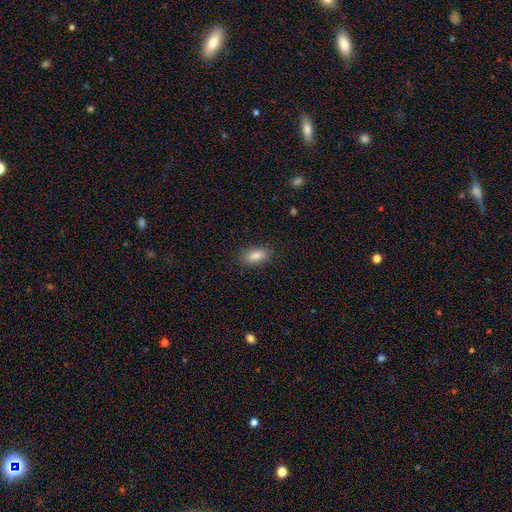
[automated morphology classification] This is clearly a smooth galaxy (85%). How rounded: clearly in between (89%). Merging: clearly none (86%).